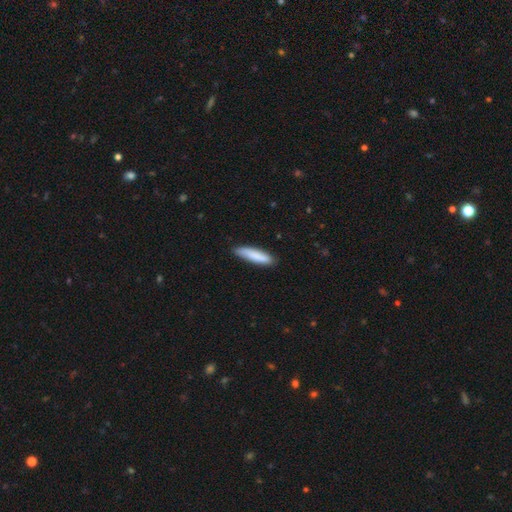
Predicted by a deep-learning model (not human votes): A smooth galaxy with no disk features (85%) that is cigar-shaped (76%).

Vote fractions:
- Smooth or featured? smooth: 85% / featured or disk: 10% / star or artifact: 5%
- How rounded? cigar-shaped: 76% / in between: 22% / round: 1%
- Merging? none: 82% / minor disturbance: 15% / major disturbance: 2% / merger: 1%